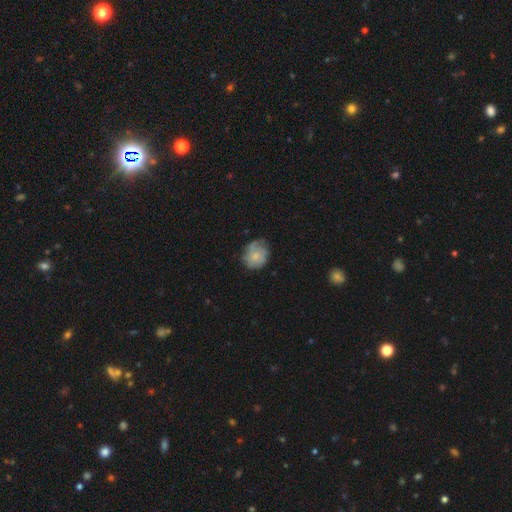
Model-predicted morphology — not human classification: Smooth or featured? smooth (53%)
How rounded? round (67%)
Merging? none (62%)